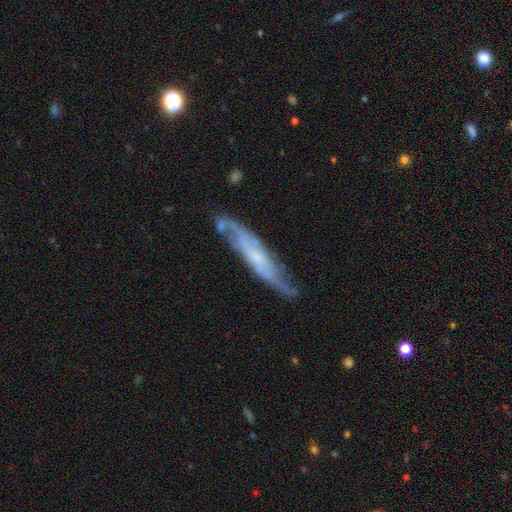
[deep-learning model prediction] Morphology: type=featured or disk (71%); edge-on=no (51%); merging=none (68%).